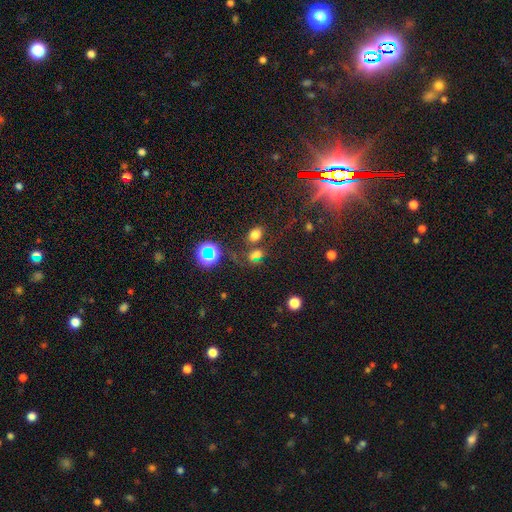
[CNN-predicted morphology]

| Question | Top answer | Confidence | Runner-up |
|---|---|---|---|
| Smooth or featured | smooth | 54% | star or artifact (36%) |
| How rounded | in between | 62% | round (34%) |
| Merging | none | 55% | merger (21%) |